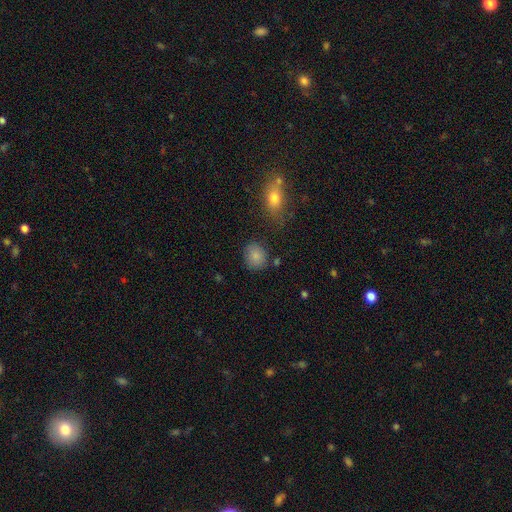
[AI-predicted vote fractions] Smooth or featured? smooth (84%)
How rounded? round (67%)
Merging? none (77%)